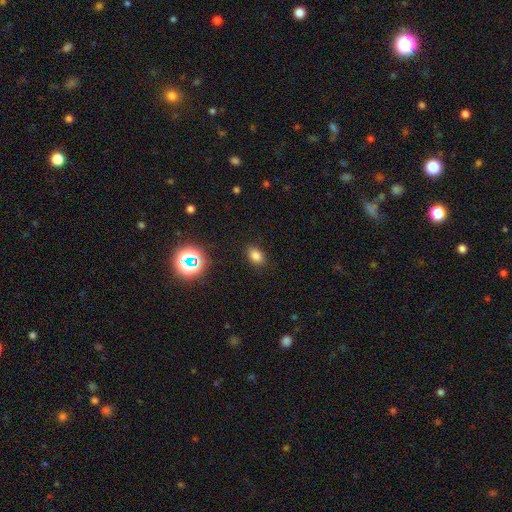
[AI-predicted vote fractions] Q: Smooth or featured?
A: smooth (76%); runner-up: star or artifact (17%)
Q: How rounded?
A: in between (76%); runner-up: round (23%)
Q: Merging?
A: none (87%); runner-up: minor disturbance (9%)